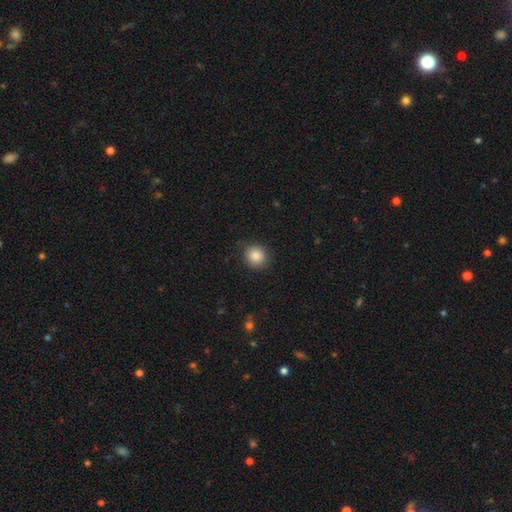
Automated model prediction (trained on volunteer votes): This is clearly a smooth galaxy (86%). How rounded: clearly round (86%). Merging: clearly none (85%).